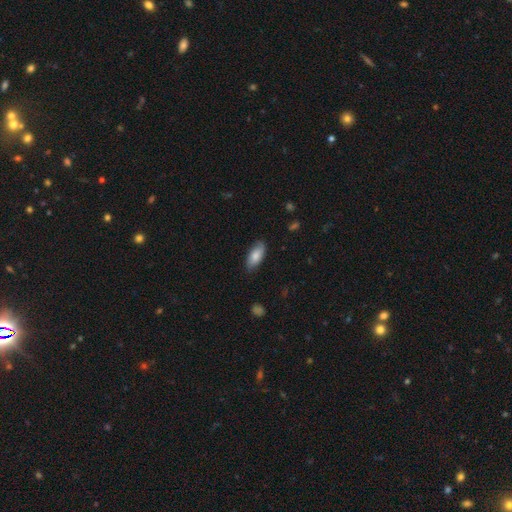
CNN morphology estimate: type=smooth (80%); roundness=in between (86%); merging=none (81%).